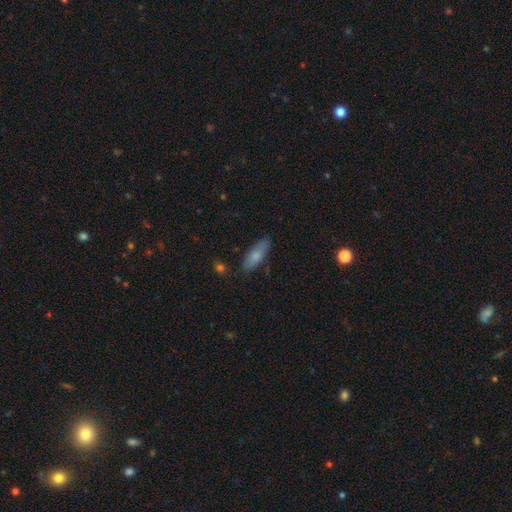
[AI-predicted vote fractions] Overall: smooth (76%). How rounded: in between (63%; cigar-shaped 35%). Merging: none (82%).